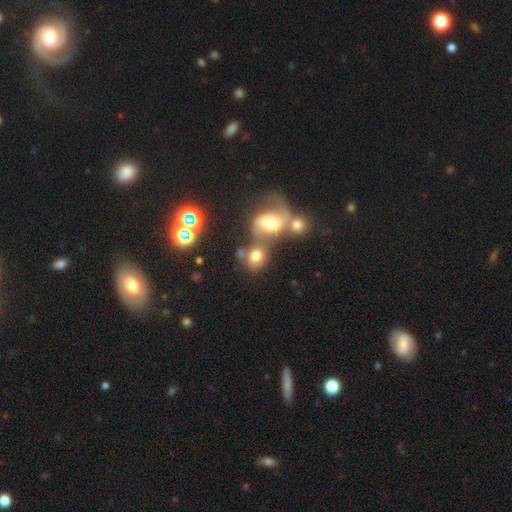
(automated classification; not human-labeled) A smooth galaxy with no disk features (66%) that is round (50%).

Vote fractions:
- Smooth or featured? smooth: 66% / featured or disk: 19% / star or artifact: 14%
- How rounded? round: 50% / in between: 48% / cigar-shaped: 2%
- Merging? merger: 46% / none: 34% / minor disturbance: 11% / major disturbance: 9%